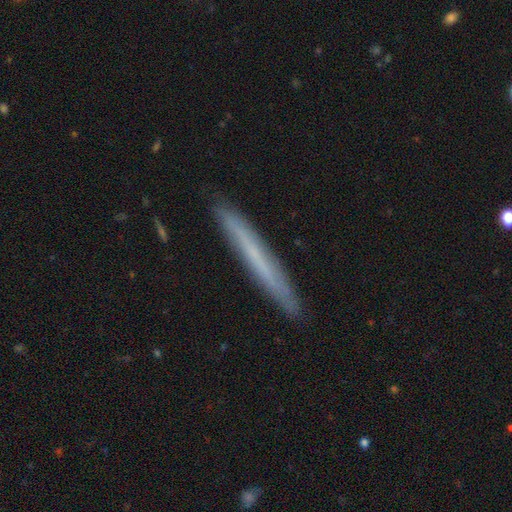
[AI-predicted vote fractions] The model was most divided on "smooth or featured": smooth: 52%, featured or disk: 41%, star or artifact: 7%. More confident: how rounded — cigar-shaped (97%); merging — none (90%).